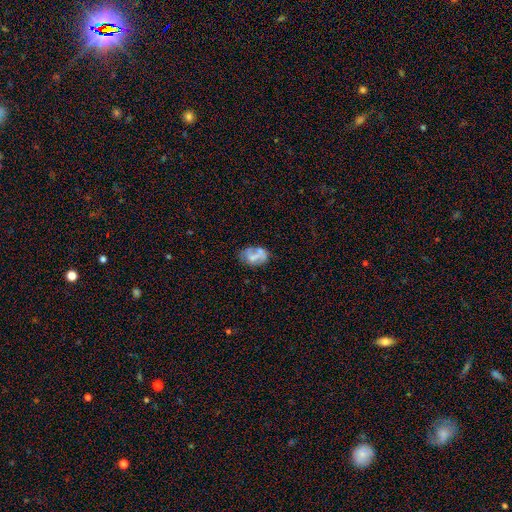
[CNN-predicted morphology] Smooth or featured? smooth (48%)
Merging? none (47%)